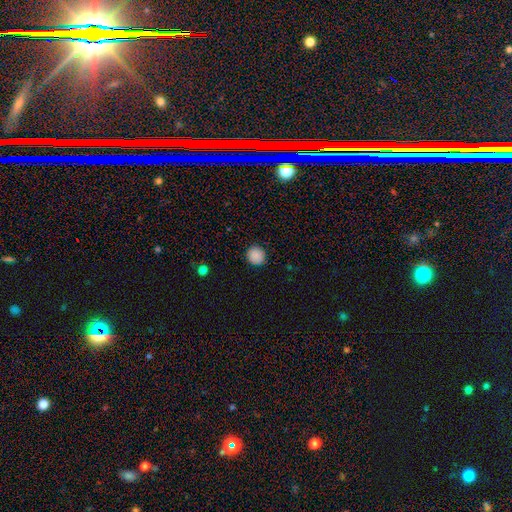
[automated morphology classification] type=smooth (88%); roundness=round (89%); merging=none (90%).